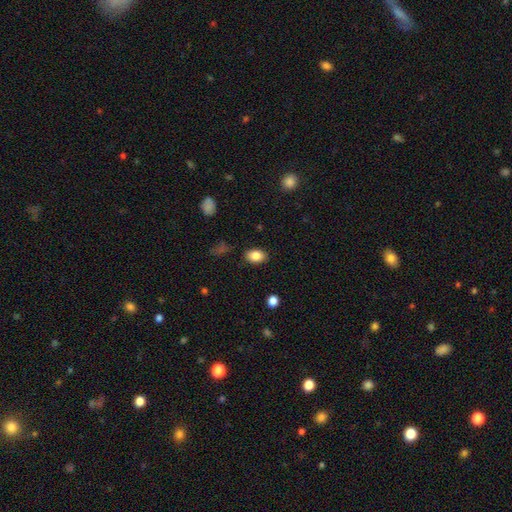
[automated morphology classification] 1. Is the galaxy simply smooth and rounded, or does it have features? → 85% smooth, 8% star or artifact, 6% featured or disk.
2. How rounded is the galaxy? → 83% in between, 15% round, 1% cigar-shaped.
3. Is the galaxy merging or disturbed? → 86% none, 10% minor disturbance, 3% major disturbance, 1% merger.